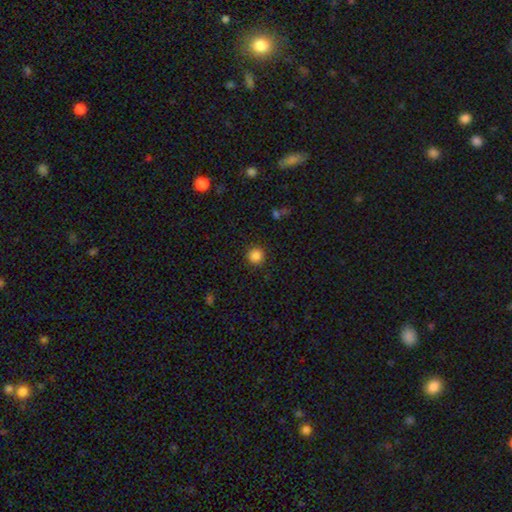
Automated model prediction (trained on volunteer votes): Morphology: type=smooth (86%); roundness=round (95%); merging=none (91%).